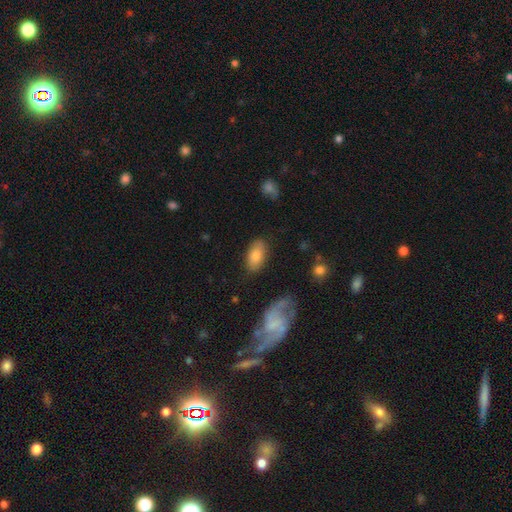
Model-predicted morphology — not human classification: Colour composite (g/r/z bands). It shows a smooth galaxy with no disk features (78%) that is in between round and cigar-shaped (93%). Merging: none (81%).